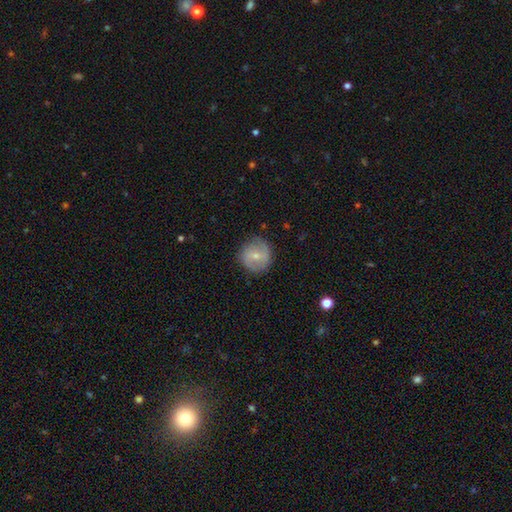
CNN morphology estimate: A smooth galaxy with no disk features (47%). Merging: none (82%).